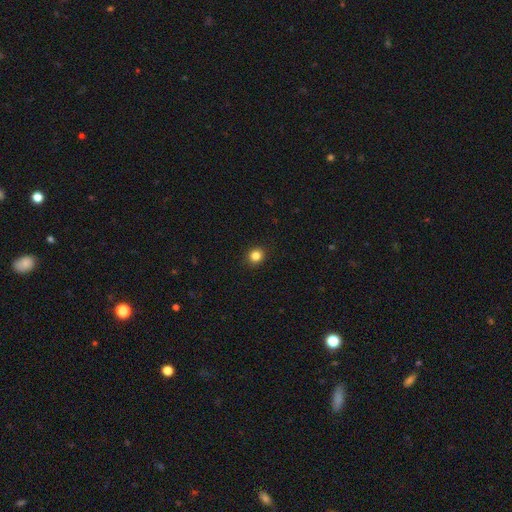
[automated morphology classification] Smooth or featured: smooth — 84% (star or artifact — 12%)
How rounded: round — 84% (in between — 15%)
Merging: none — 92% (minor disturbance — 5%)